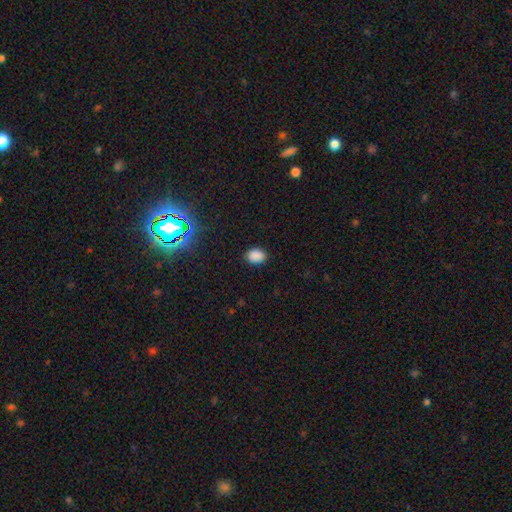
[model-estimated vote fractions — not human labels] A smooth galaxy with no disk features (86%) that is in between round and cigar-shaped (68%).

Vote fractions:
- Smooth or featured? smooth: 86% / star or artifact: 11% / featured or disk: 3%
- How rounded? in between: 68% / round: 31% / cigar-shaped: 1%
- Merging? none: 87% / minor disturbance: 10% / major disturbance: 2% / merger: 1%